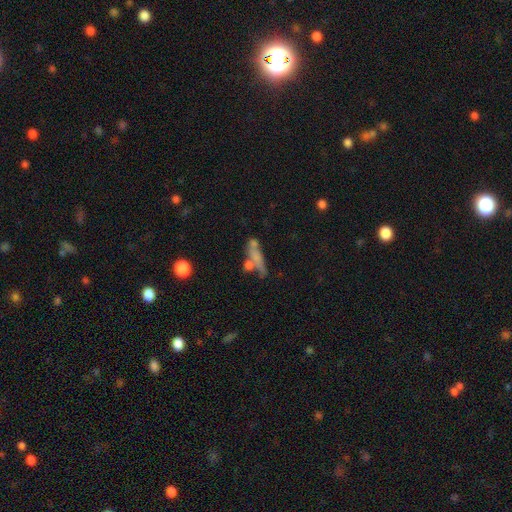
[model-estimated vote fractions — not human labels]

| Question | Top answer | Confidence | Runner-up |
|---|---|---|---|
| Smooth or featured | smooth | 58% | featured or disk (29%) |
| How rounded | cigar-shaped | 68% | in between (27%) |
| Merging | none | 42% | merger (26%) |